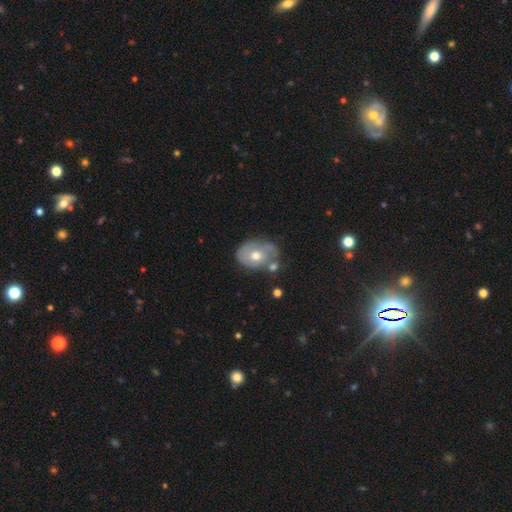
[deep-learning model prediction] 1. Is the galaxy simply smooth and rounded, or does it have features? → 53% featured or disk, 40% smooth, 8% star or artifact.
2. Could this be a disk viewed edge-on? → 96% no, 4% yes.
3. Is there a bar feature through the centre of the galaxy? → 83% no, 14% weak, 3% strong.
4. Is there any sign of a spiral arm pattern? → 55% yes, 45% no.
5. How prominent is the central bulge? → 74% moderate, 20% small, 4% large, 1% none, 1% dominant.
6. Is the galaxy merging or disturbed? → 46% none, 28% minor disturbance, 15% merger, 12% major disturbance.